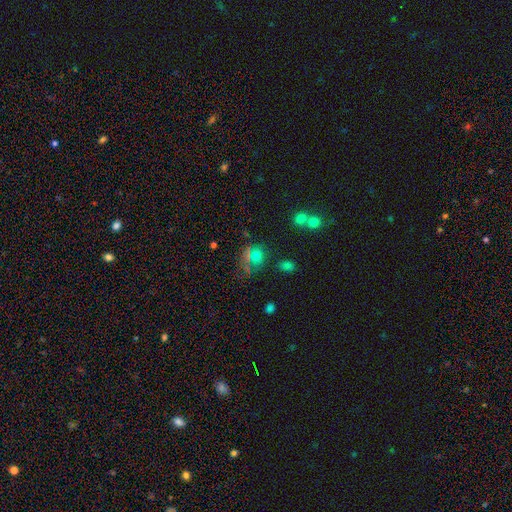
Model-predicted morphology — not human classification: Smooth or featured: smooth — 57% (star or artifact — 29%)
How rounded: round — 66% (in between — 32%)
Merging: none — 53% (merger — 19%)